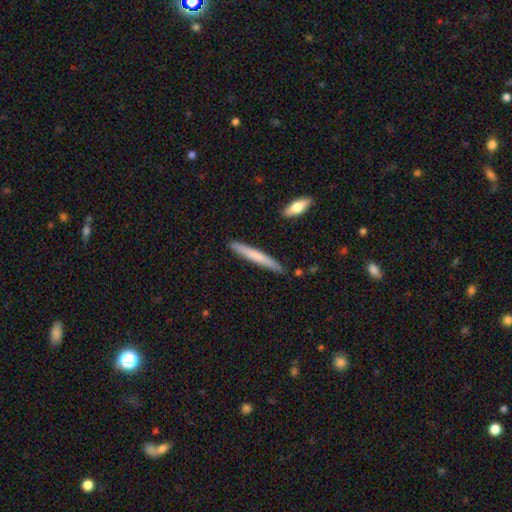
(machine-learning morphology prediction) Overall: smooth (65%; featured or disk 29%). How rounded: cigar-shaped (96%). Merging: none (86%).